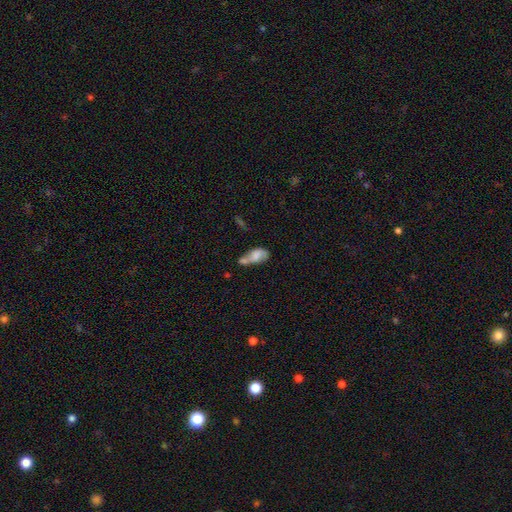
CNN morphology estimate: Overall: smooth (57%; featured or disk 33%). How rounded: in between (86%). Merging: merger (44%; none 24%).